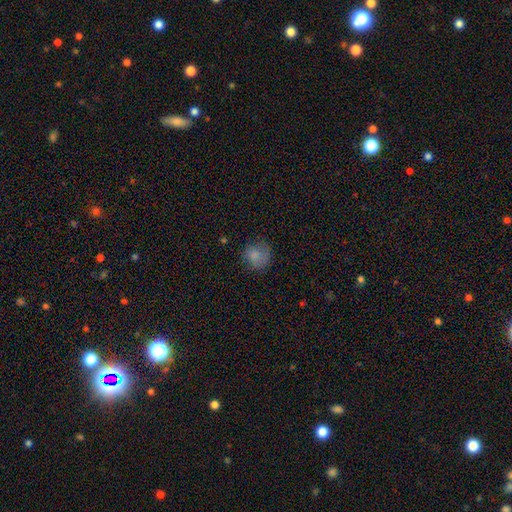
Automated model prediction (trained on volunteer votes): This appears to be a smooth galaxy with no disk features (77%) that is round (78%). Merging: none (59%).